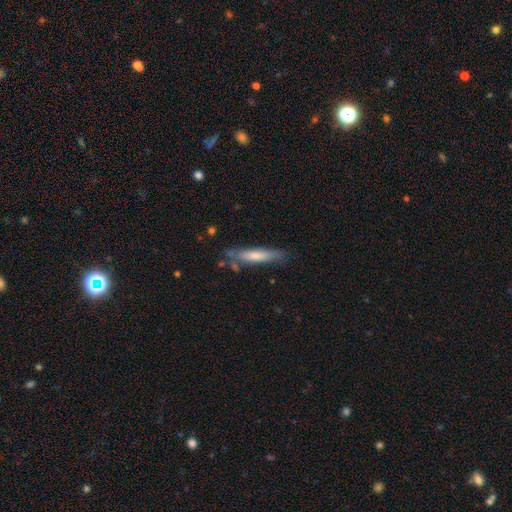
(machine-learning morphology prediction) Smooth or featured? smooth (66%)
How rounded? cigar-shaped (87%)
Merging? none (70%)